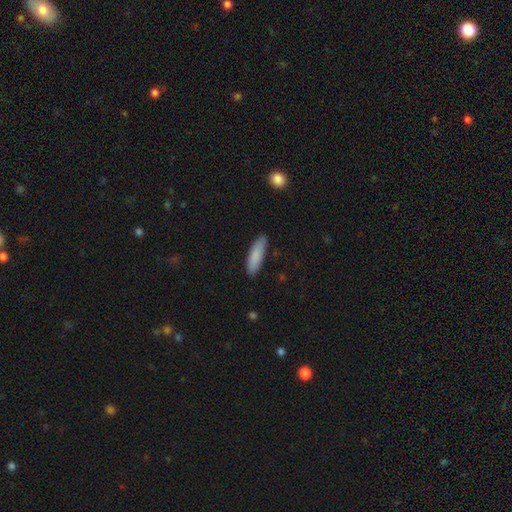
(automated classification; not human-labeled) Overall: smooth (86%). How rounded: cigar-shaped (59%; in between 39%). Merging: none (83%).